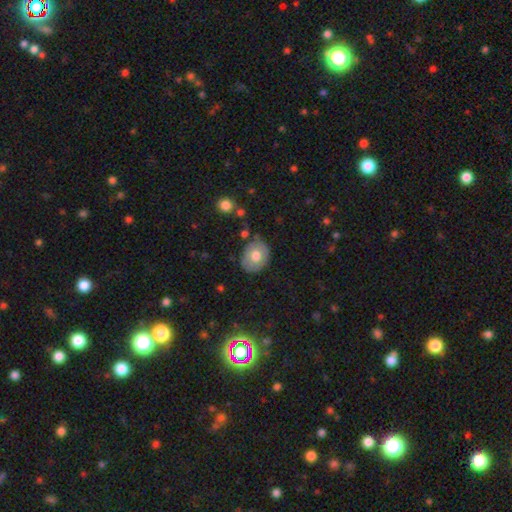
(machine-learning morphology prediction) smooth-or-featured: smooth: 68% | featured or disk: 24% | star or artifact: 8%
  how-rounded: in between: 52% | round: 47% | cigar-shaped: 1%
  merging: none: 75% | minor disturbance: 18% | major disturbance: 4% | merger: 3%